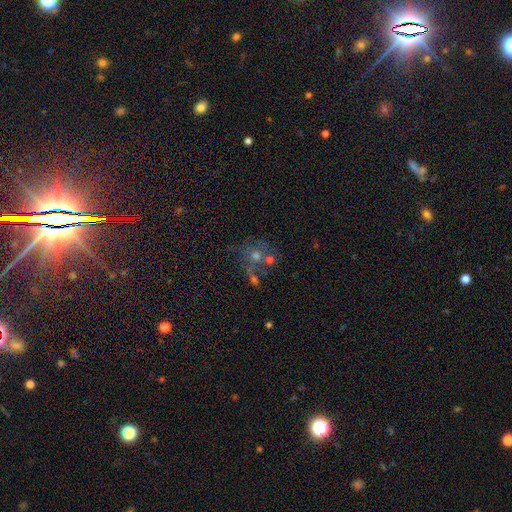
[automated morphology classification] This is marginally a featured or disk galaxy (34%). Merging: possibly none (45%).